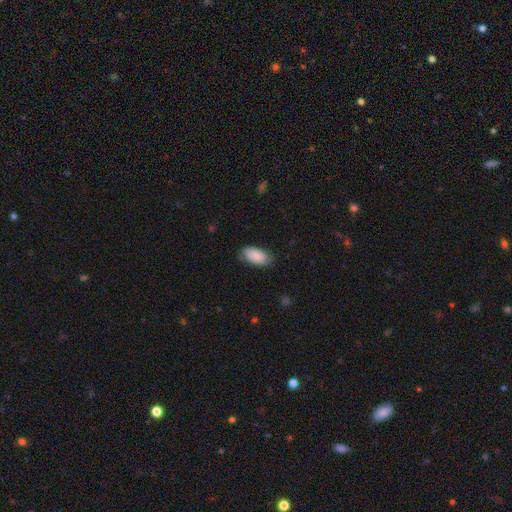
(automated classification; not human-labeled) This appears to be a smooth galaxy with no disk features (75%) that is in between round and cigar-shaped (94%). Merging: none (71%).